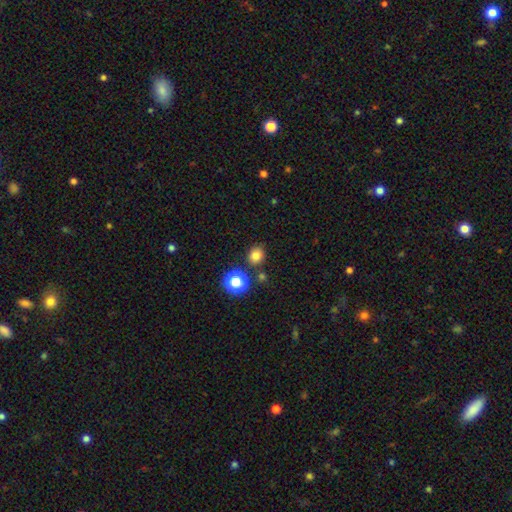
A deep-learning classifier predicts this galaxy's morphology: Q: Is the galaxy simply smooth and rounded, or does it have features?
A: smooth — 78%.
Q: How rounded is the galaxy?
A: round — 77%.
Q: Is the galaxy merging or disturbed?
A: none — 82%.